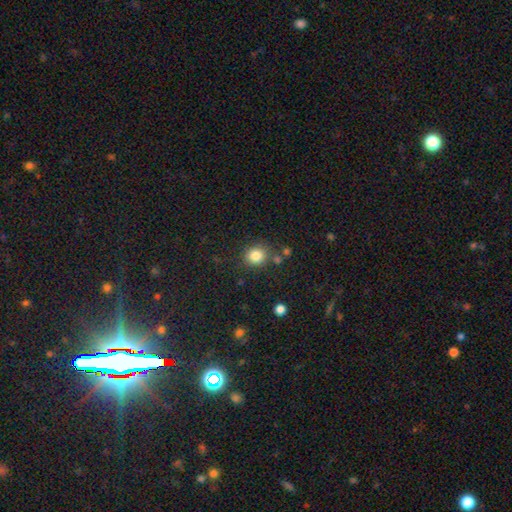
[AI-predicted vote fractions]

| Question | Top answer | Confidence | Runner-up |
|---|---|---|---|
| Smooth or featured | smooth | 83% | star or artifact (11%) |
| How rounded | round | 85% | in between (15%) |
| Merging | none | 80% | minor disturbance (10%) |